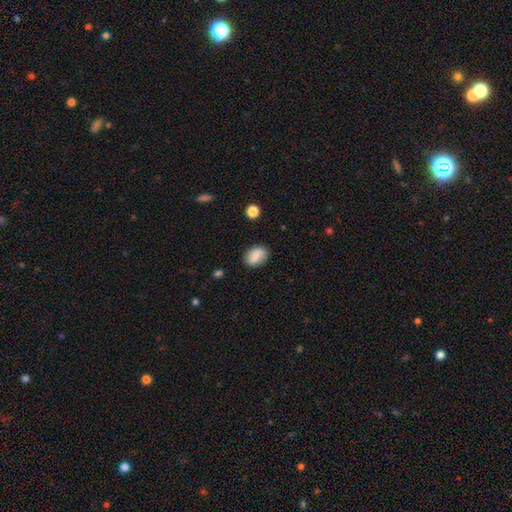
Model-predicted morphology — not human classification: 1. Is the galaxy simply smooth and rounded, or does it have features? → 73% smooth, 19% featured or disk, 9% star or artifact.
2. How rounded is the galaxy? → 72% in between, 26% round, 2% cigar-shaped.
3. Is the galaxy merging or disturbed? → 77% none, 16% minor disturbance, 4% major disturbance, 2% merger.